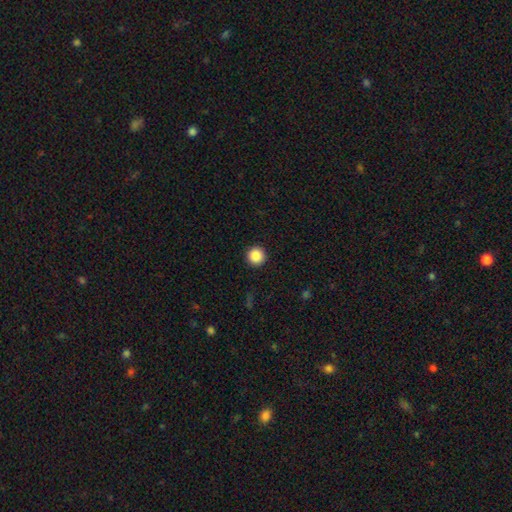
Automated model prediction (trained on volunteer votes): Smooth or featured: smooth — 88% (star or artifact — 9%)
How rounded: round — 96% (in between — 3%)
Merging: none — 93% (minor disturbance — 4%)